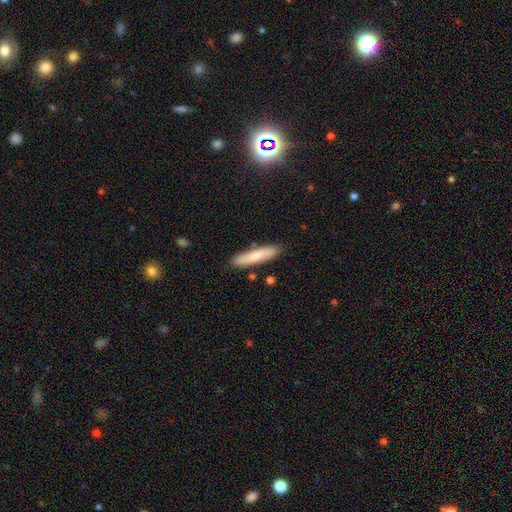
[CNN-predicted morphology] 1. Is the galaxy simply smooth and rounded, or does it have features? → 74% smooth, 20% featured or disk, 6% star or artifact.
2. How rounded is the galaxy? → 84% cigar-shaped, 15% in between, 1% round.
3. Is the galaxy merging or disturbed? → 85% none, 11% minor disturbance, 3% merger, 2% major disturbance.